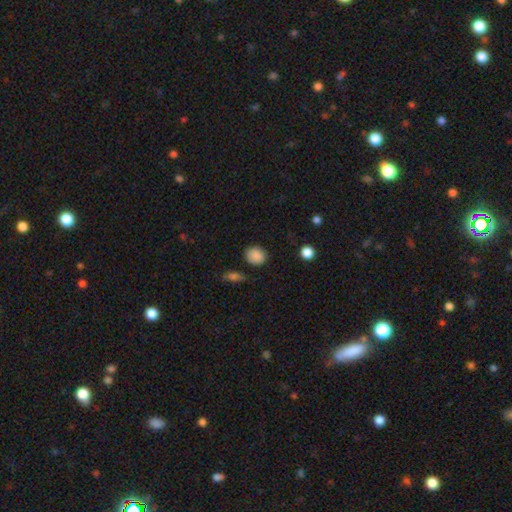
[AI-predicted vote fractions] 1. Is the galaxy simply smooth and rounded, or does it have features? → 87% smooth, 9% star or artifact, 4% featured or disk.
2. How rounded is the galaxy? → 71% round, 27% in between, 1% cigar-shaped.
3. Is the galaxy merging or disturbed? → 81% none, 14% minor disturbance, 3% major disturbance, 2% merger.